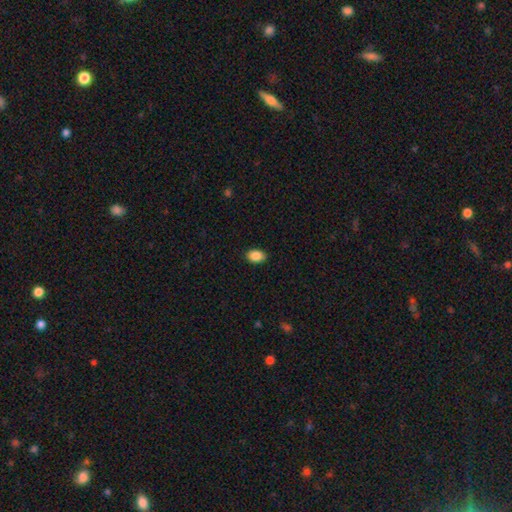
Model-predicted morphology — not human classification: Q: Smooth or featured?
A: smooth (89%); runner-up: star or artifact (8%)
Q: How rounded?
A: in between (85%); runner-up: round (14%)
Q: Merging?
A: none (88%); runner-up: minor disturbance (9%)